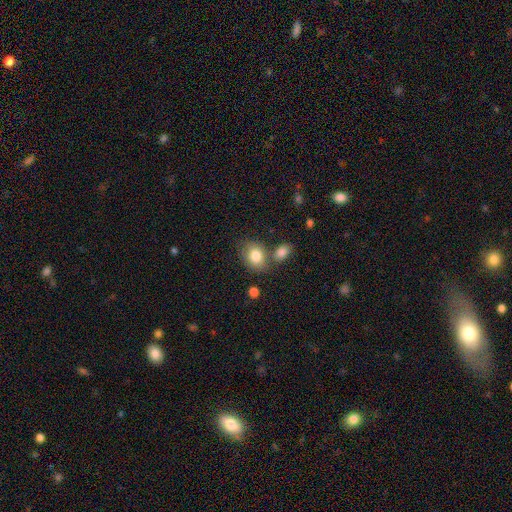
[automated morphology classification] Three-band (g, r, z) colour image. It shows a smooth galaxy with no disk features (82%) that is in between round and cigar-shaped (60%). Merging: none (60%).